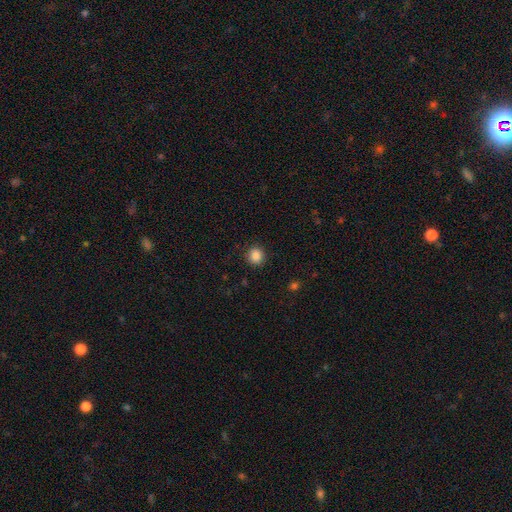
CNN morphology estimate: Smooth or featured: smooth — 87% (star or artifact — 10%)
How rounded: round — 90% (in between — 9%)
Merging: none — 90% (minor disturbance — 6%)